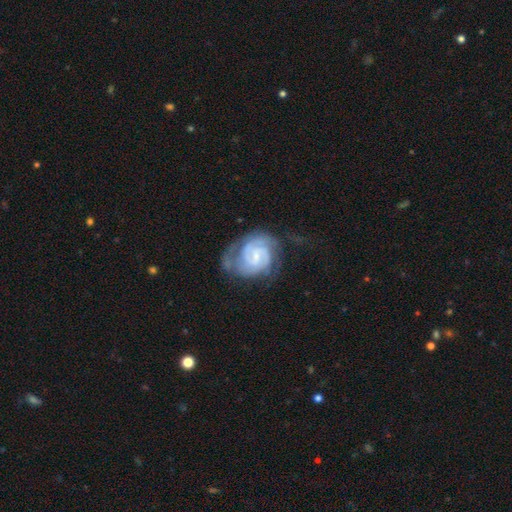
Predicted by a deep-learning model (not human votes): The model was most divided on "bar": weak: 53%, no: 36%, strong: 11%. Remaining: edge-on disk — no (98%); spiral arms — yes (97%); smooth or featured — featured or disk (86%); bulge size — small (67%); spiral winding — tight (60%); merging — none (55%); spiral arm count — 2 (49%).